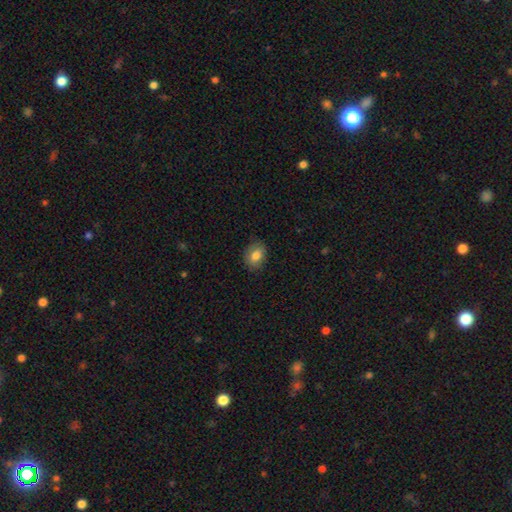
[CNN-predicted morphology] smooth 82%, featured or disk 10%, star or artifact 8%. Down the decision tree: how rounded — in between (71%); merging — none (84%).